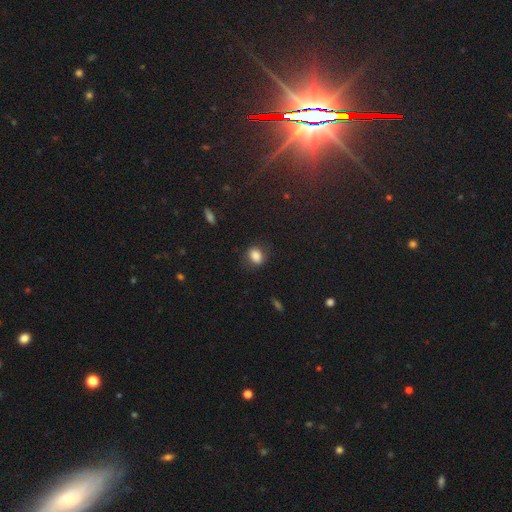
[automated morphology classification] Smooth or featured?
  - smooth: 83% *
  - star or artifact: 10%
  - featured or disk: 7%
How rounded?
  - in between: 57% *
  - round: 41%
  - cigar-shaped: 1%
Merging?
  - none: 78% *
  - minor disturbance: 15%
  - major disturbance: 5%
  - merger: 1%